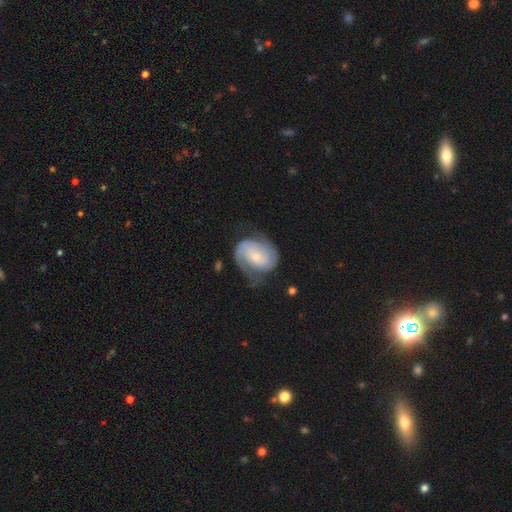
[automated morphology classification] Smooth or featured? Predicted: featured or disk (p=0.77). Edge-on disk? Predicted: no (p=0.97). Bar? Predicted: no (p=0.55). Spiral arms? Predicted: yes (p=0.92). Spiral winding? Predicted: medium (p=0.41). Spiral arm count? Predicted: 2 (p=0.80). Bulge size? Predicted: small (p=0.64). Merging? Predicted: none (p=0.59).